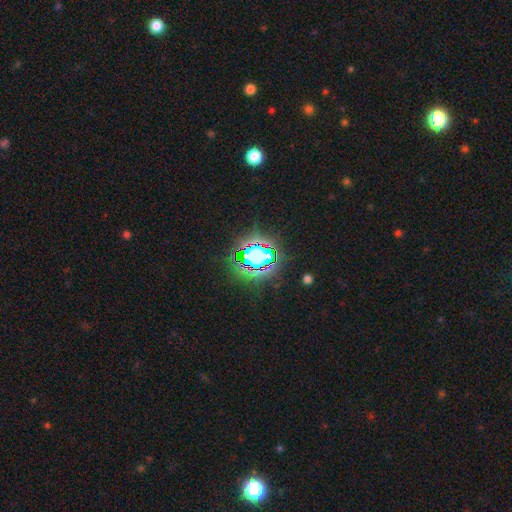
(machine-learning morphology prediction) Q: Smooth or featured?
A: star or artifact (66%); runner-up: smooth (21%)